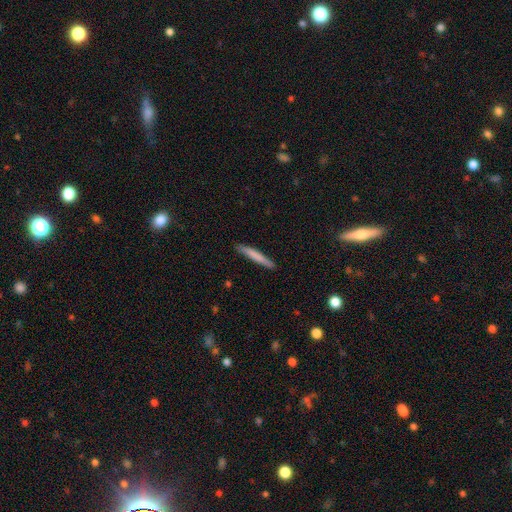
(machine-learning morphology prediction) Smooth or featured? smooth (73%)
How rounded? cigar-shaped (96%)
Merging? none (89%)